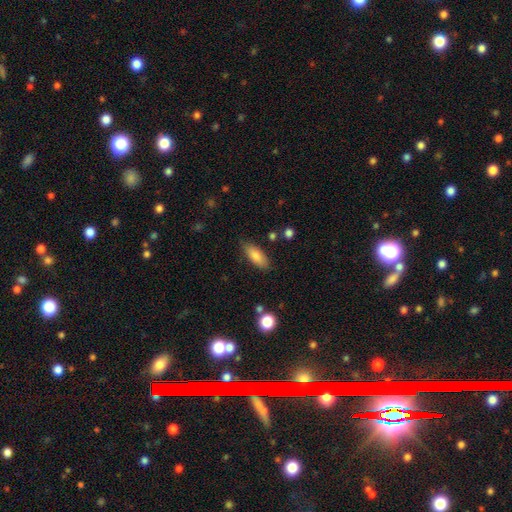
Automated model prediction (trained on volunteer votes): Smooth or featured: smooth — 83% (featured or disk — 10%)
How rounded: in between — 74% (cigar-shaped — 23%)
Merging: none — 83% (minor disturbance — 12%)